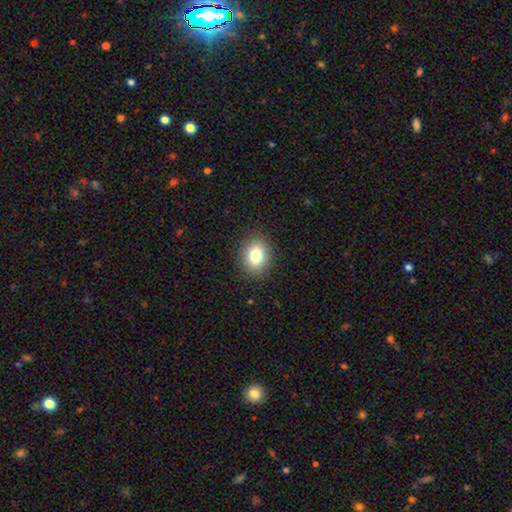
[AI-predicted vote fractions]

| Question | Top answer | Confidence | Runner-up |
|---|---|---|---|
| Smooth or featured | smooth | 80% | star or artifact (11%) |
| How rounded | in between | 51% | round (49%) |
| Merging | none | 89% | minor disturbance (8%) |